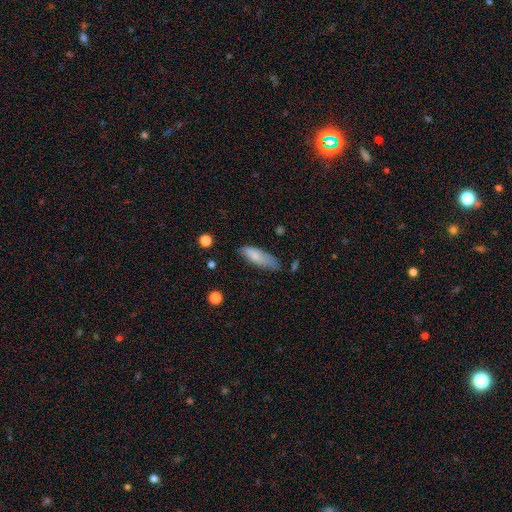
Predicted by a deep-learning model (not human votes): A smooth galaxy with no disk features (76%) that is in between round and cigar-shaped (56%).

Vote fractions:
- Smooth or featured? smooth: 76% / featured or disk: 18% / star or artifact: 7%
- How rounded? in between: 56% / cigar-shaped: 43% / round: 2%
- Merging? none: 55% / minor disturbance: 33% / major disturbance: 9% / merger: 3%